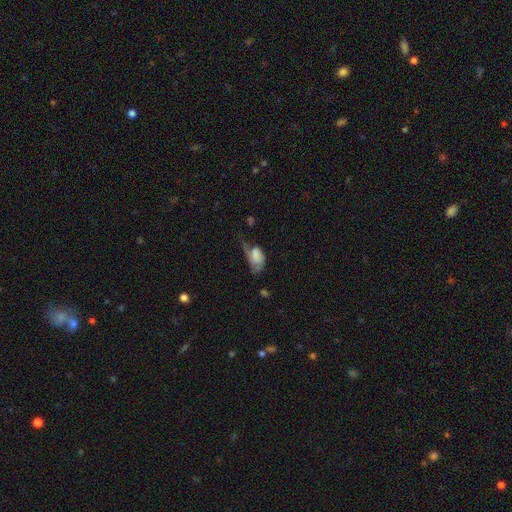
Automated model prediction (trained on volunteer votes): Smooth or featured: smooth — 58% (featured or disk — 33%)
How rounded: in between — 88% (round — 10%)
Merging: major disturbance — 54% (minor disturbance — 23%)